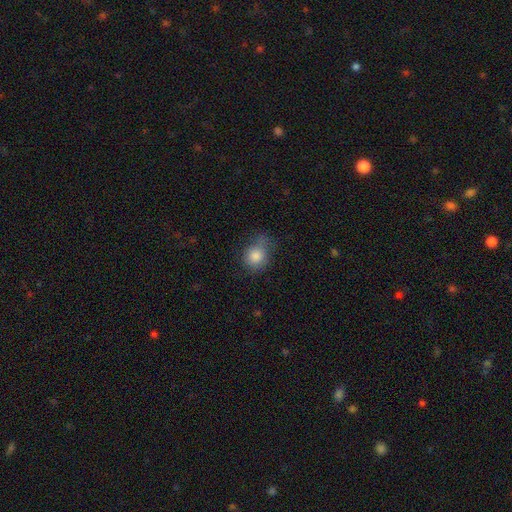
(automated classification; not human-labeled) Smooth or featured? smooth (83%)
How rounded? round (65%)
Merging? none (52%)